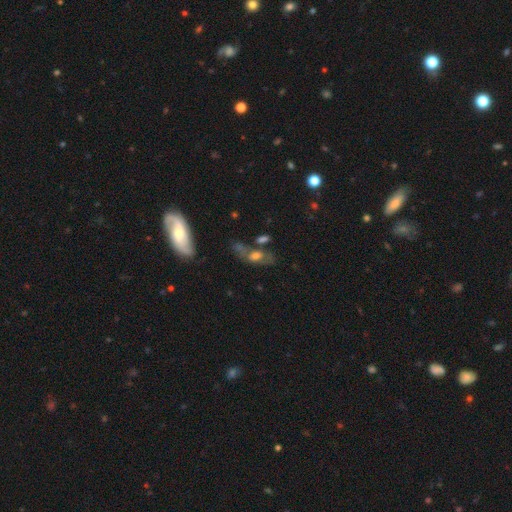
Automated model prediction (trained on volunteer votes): featured or disk 46%, smooth 41%, star or artifact 13%. Down the decision tree: merging — none (47%).